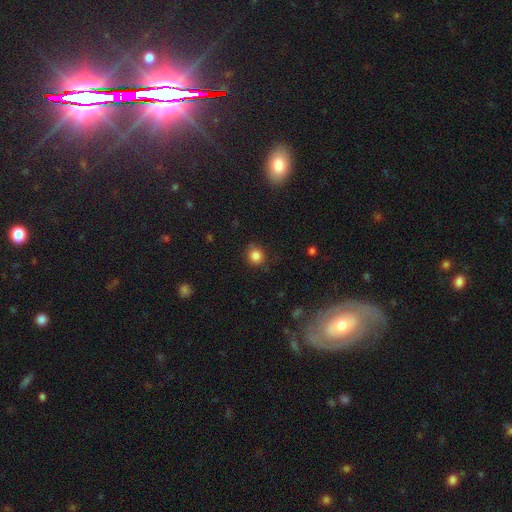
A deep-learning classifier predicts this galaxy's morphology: smooth-or-featured: smooth: 84% | star or artifact: 12% | featured or disk: 5%
  how-rounded: round: 84% | in between: 15% | cigar-shaped: 1%
  merging: none: 80% | minor disturbance: 15% | major disturbance: 4% | merger: 2%